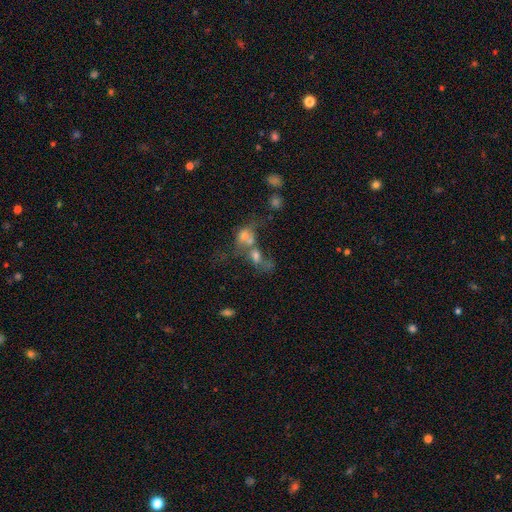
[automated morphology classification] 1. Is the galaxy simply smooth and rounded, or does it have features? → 53% smooth, 30% featured or disk, 17% star or artifact.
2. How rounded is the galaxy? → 62% in between, 35% round, 3% cigar-shaped.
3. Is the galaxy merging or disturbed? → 66% merger, 15% none, 12% major disturbance, 7% minor disturbance.